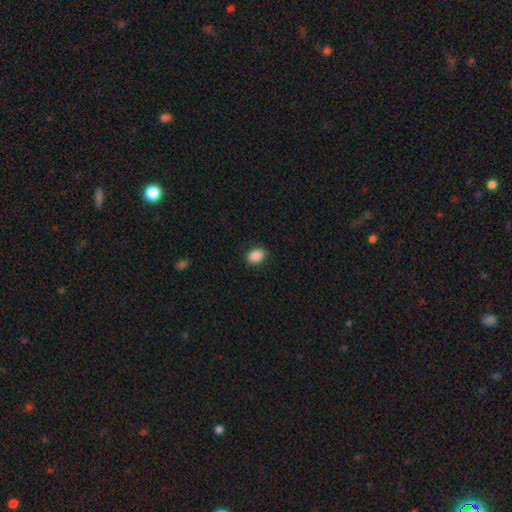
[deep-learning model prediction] Smooth or featured: smooth — 89% (star or artifact — 8%)
How rounded: in between — 79% (round — 20%)
Merging: none — 88% (minor disturbance — 9%)